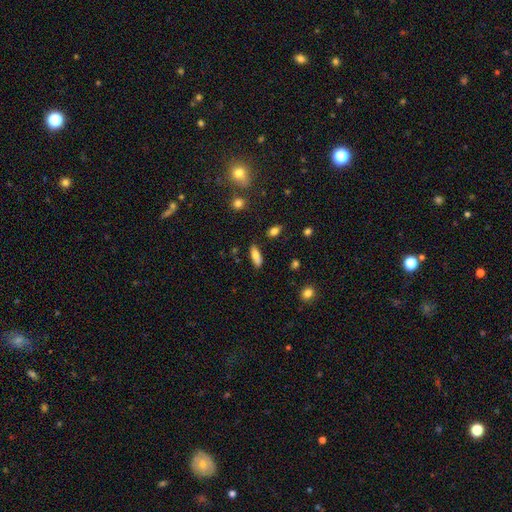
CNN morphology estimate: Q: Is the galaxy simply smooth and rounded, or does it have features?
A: smooth — 78%.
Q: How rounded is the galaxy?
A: in between — 67%.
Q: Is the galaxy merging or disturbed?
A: none — 83%.